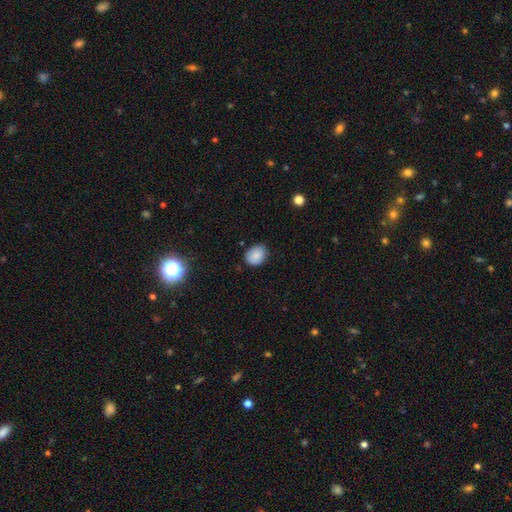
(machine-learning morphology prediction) Smooth or featured? Predicted: smooth (p=0.84). How rounded? Predicted: round (p=0.51). Merging? Predicted: none (p=0.78).